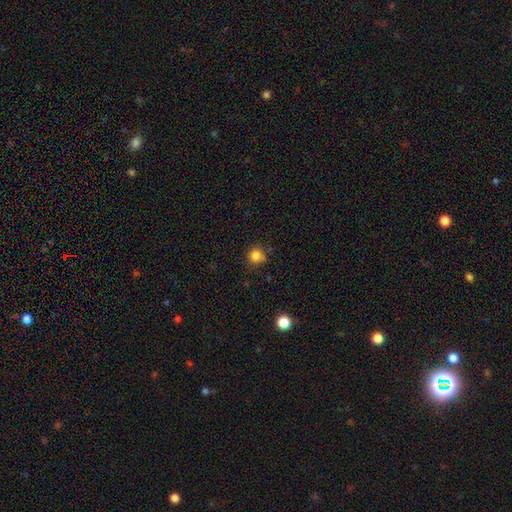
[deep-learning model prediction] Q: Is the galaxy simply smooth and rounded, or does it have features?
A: smooth — 82%.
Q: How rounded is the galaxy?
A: round — 90%.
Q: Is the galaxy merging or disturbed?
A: none — 74%.